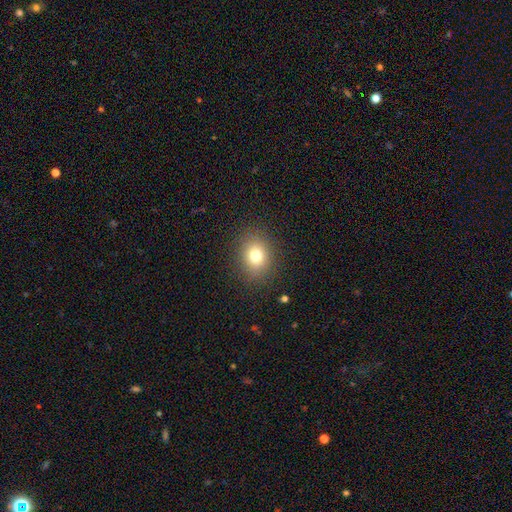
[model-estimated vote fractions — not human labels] smooth 77%, star or artifact 13%, featured or disk 10%. Down the decision tree: how rounded — round (59%); merging — none (87%).